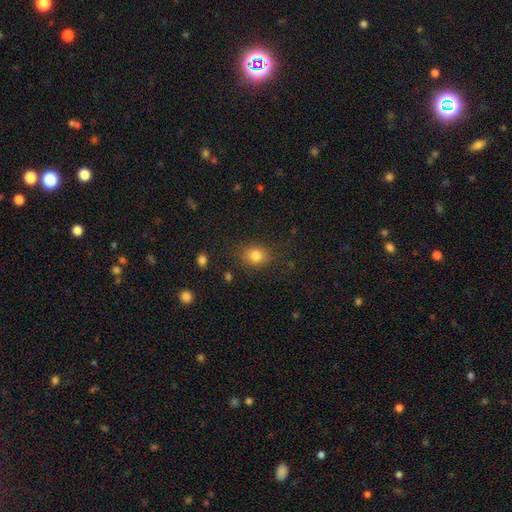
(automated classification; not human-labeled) A smooth galaxy with no disk features (81%) that is round (62%).

Vote fractions:
- Smooth or featured? smooth: 81% / star or artifact: 12% / featured or disk: 7%
- How rounded? round: 62% / in between: 37% / cigar-shaped: 1%
- Merging? none: 80% / minor disturbance: 13% / major disturbance: 5% / merger: 2%